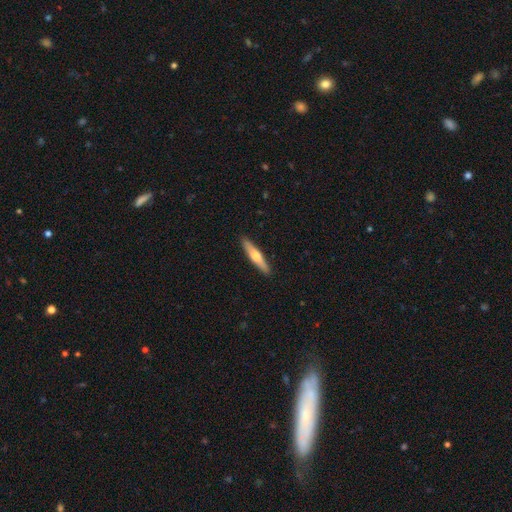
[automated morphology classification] This is possibly a smooth galaxy (49%). Merging: clearly none (91%).